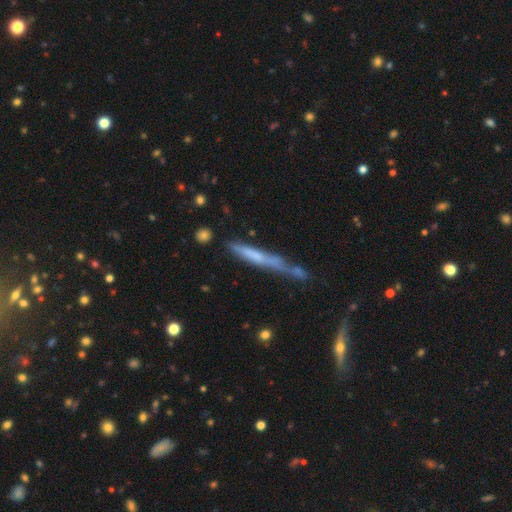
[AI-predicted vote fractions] Smooth or featured: featured or disk — 47% (smooth — 46%)
Merging: none — 48% (minor disturbance — 23%)